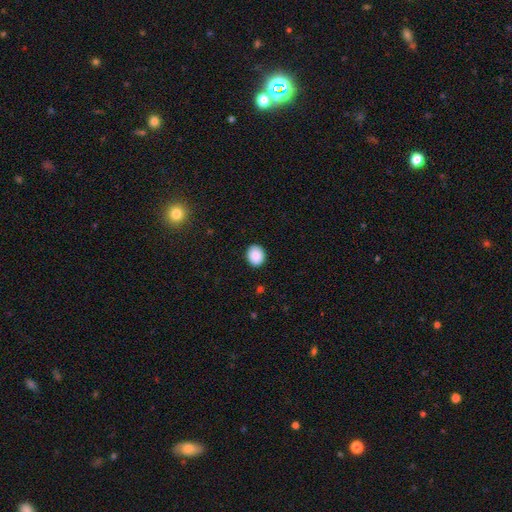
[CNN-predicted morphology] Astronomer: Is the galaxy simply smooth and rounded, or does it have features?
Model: smooth — 89%.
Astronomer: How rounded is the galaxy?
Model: round — 61% (runner-up: in between, 38%).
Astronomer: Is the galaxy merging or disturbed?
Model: none — 90%.